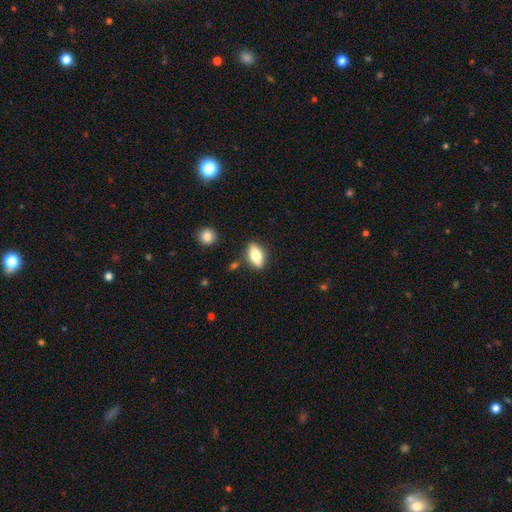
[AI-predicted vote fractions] smooth_or_featured: smooth (p=0.64) [alt: featured or disk p=0.28]
how_rounded: in between (p=0.83) [alt: cigar-shaped p=0.11]
merging: none (p=0.82) [alt: minor disturbance p=0.12]